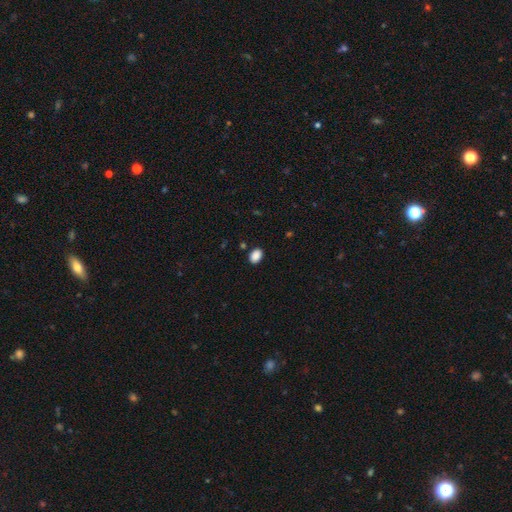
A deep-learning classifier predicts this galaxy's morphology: Smooth or featured?
  - smooth: 89% *
  - star or artifact: 8%
  - featured or disk: 3%
How rounded?
  - in between: 79% *
  - round: 20%
  - cigar-shaped: 1%
Merging?
  - none: 88% *
  - minor disturbance: 9%
  - major disturbance: 2%
  - merger: 1%